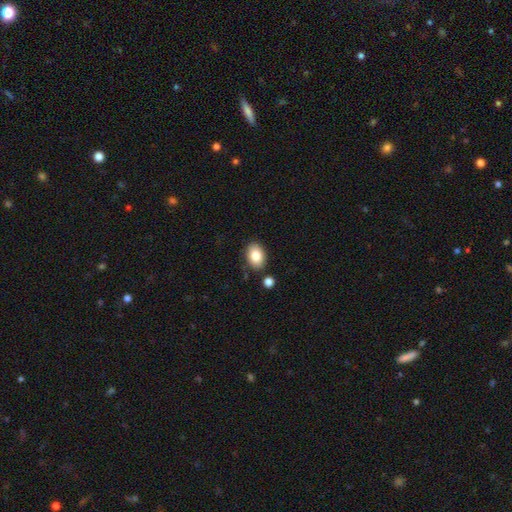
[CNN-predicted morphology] This is clearly a smooth galaxy (85%). How rounded: clearly in between (84%). Merging: clearly none (83%).